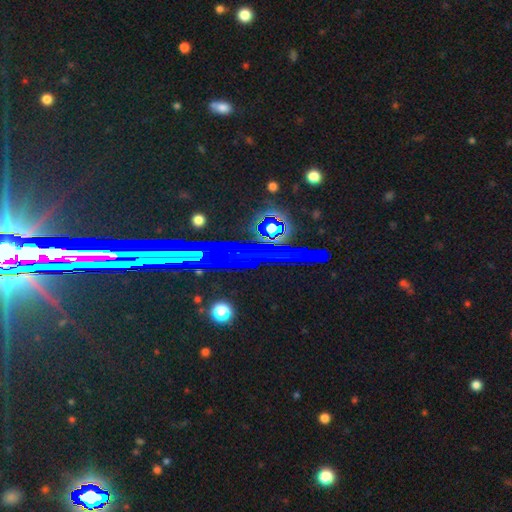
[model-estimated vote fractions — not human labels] Smooth or featured? Predicted: star or artifact (p=0.74).